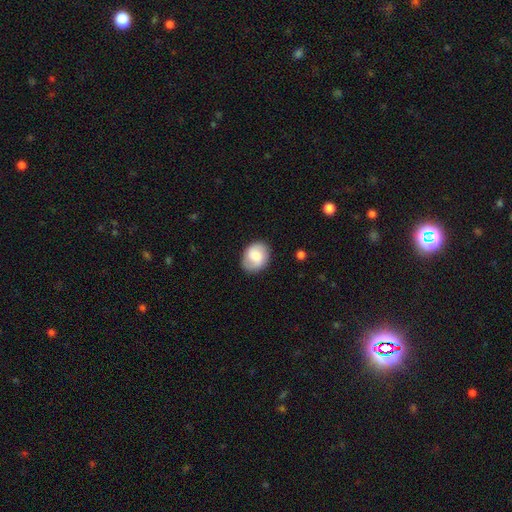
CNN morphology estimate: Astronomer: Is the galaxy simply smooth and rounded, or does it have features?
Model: smooth — 69%.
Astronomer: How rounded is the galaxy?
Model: in between — 55% (runner-up: round, 44%).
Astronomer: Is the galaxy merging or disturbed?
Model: none — 81%.